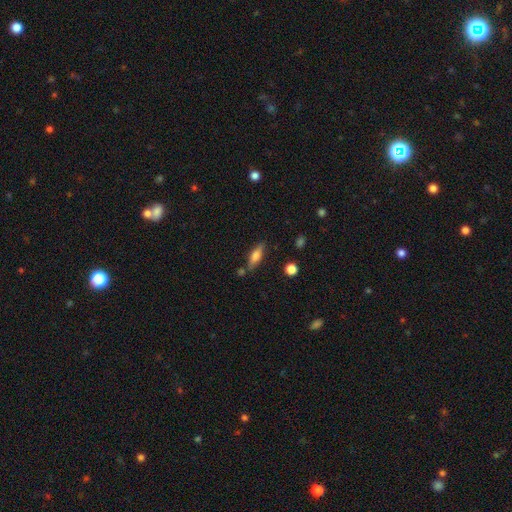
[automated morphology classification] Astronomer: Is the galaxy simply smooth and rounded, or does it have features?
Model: smooth — 60%.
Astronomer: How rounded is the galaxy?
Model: in between — 49% (runner-up: cigar-shaped, 48%).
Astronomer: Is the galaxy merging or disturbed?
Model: none — 75%.